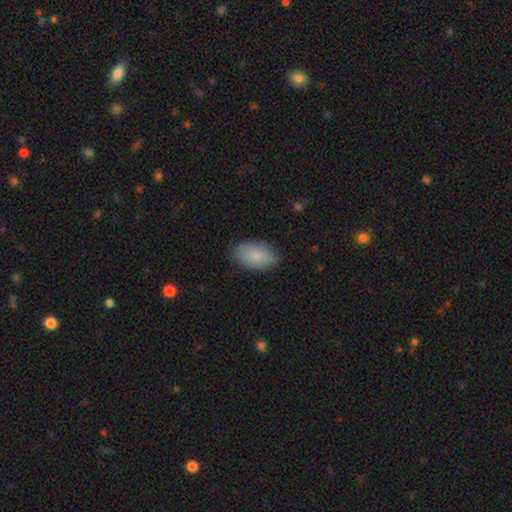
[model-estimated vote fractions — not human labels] smooth 85%, featured or disk 8%, star or artifact 7%. Down the decision tree: how rounded — in between (93%); merging — none (85%).